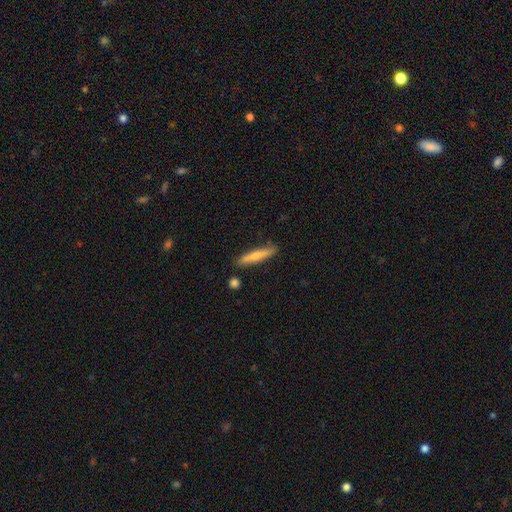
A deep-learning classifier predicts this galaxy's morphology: Smooth or featured: smooth — 68% (featured or disk — 27%)
How rounded: cigar-shaped — 91% (in between — 8%)
Merging: none — 83% (minor disturbance — 11%)